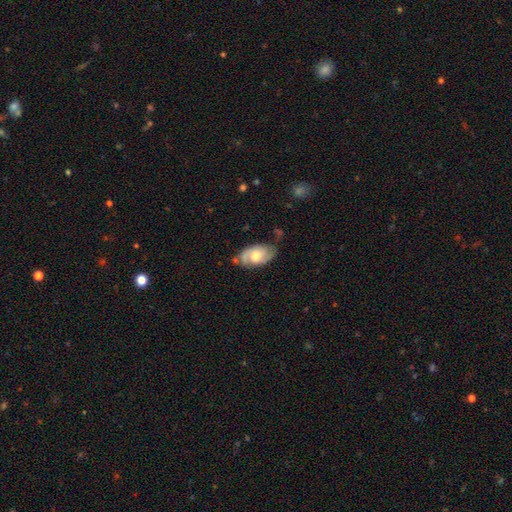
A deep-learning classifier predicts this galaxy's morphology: This is likely a featured or disk galaxy (61%). It is clearly not viewed edge-on (94%). Bar: likely no (64%). Spiral arm pattern: clearly yes (86%). Central bulge: likely moderate (64%). Merging: likely none (64%).